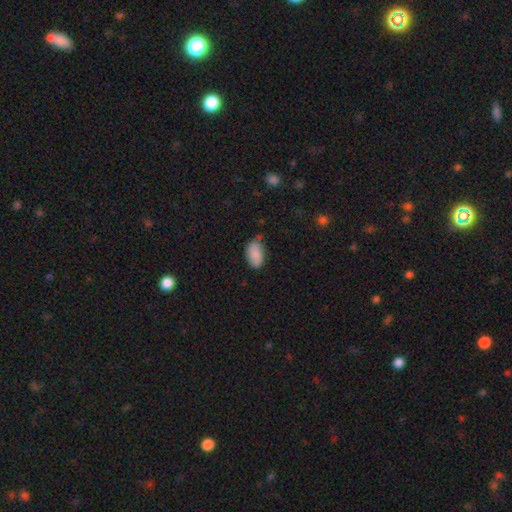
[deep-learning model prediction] This appears to be a smooth galaxy with no disk features (86%) that is in between round and cigar-shaped (93%). Merging: none (70%).